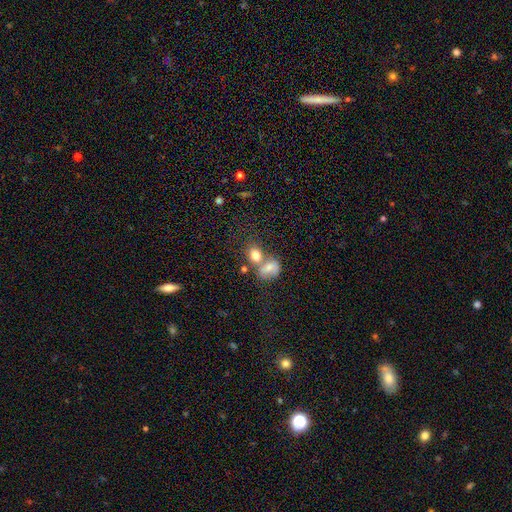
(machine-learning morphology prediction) Smooth or featured? smooth (76%)
How rounded? in between (56%)
Merging? merger (52%)